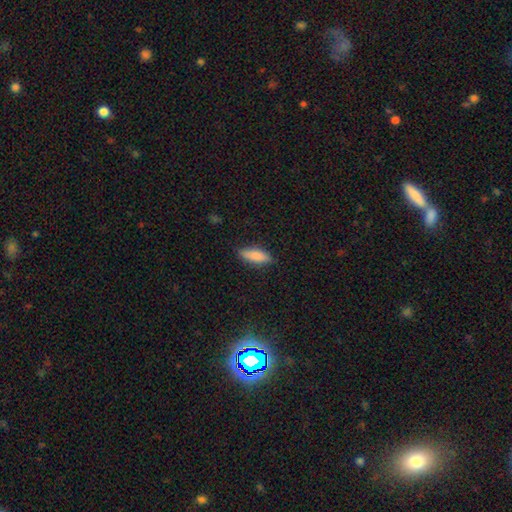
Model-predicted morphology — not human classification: Smooth or featured?
  - smooth: 85% *
  - featured or disk: 9%
  - star or artifact: 6%
How rounded?
  - in between: 55% *
  - cigar-shaped: 43%
  - round: 2%
Merging?
  - none: 85% *
  - minor disturbance: 11%
  - major disturbance: 2%
  - merger: 1%